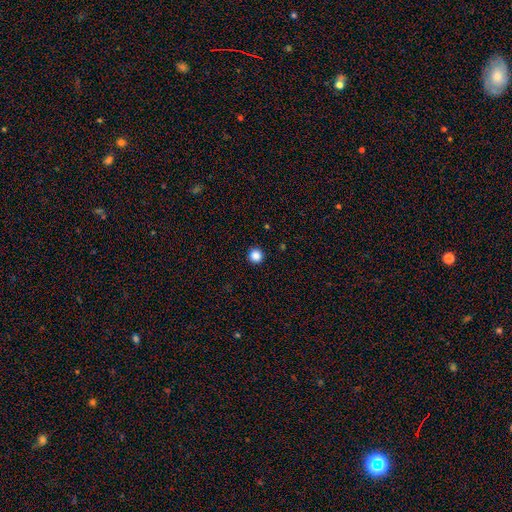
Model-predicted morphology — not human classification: This appears to be a smooth galaxy with no disk features (87%) that is round (96%). Merging: none (93%).